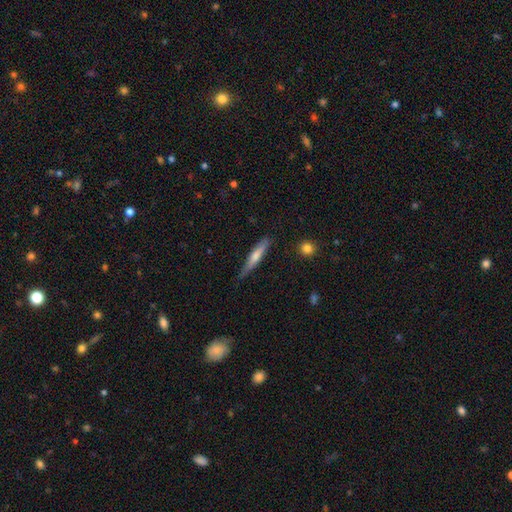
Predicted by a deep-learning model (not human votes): featured or disk 48%, smooth 45%, star or artifact 7%. Down the decision tree: merging — none (75%).